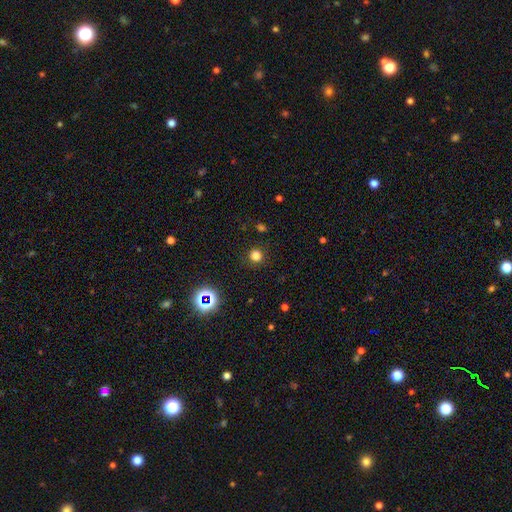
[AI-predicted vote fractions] A smooth galaxy with no disk features (78%) that is round (93%). Merging: none (90%).